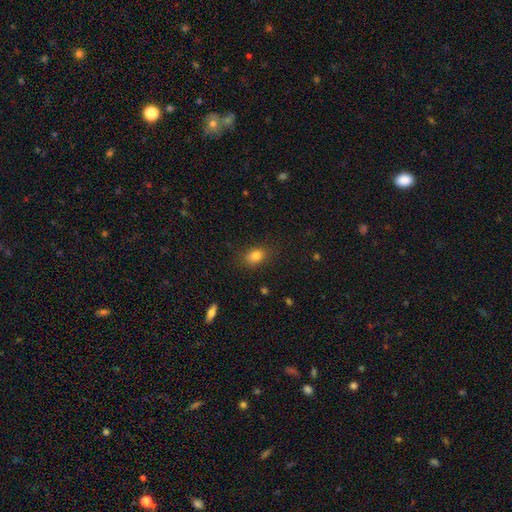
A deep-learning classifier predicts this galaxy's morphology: Smooth or featured? Predicted: smooth (p=0.82). How rounded? Predicted: in between (p=0.69). Merging? Predicted: none (p=0.81).